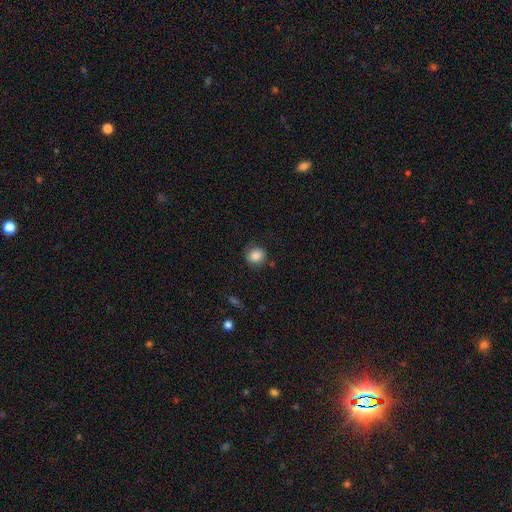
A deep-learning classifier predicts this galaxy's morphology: smooth 85%, star or artifact 9%, featured or disk 6%. Down the decision tree: how rounded — round (88%); merging — none (80%).